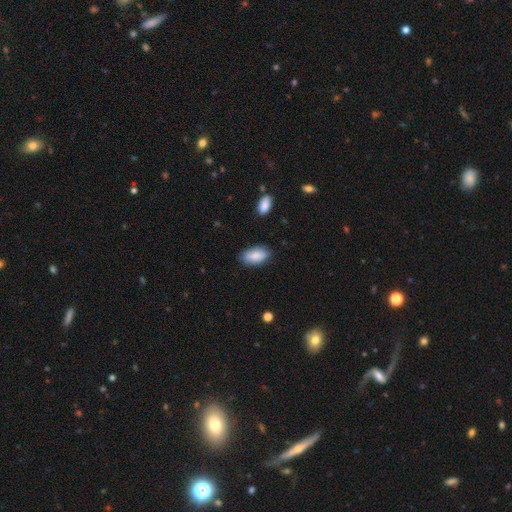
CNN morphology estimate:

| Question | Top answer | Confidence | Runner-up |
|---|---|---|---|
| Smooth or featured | smooth | 85% | featured or disk (8%) |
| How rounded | in between | 93% | cigar-shaped (4%) |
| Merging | none | 81% | minor disturbance (15%) |